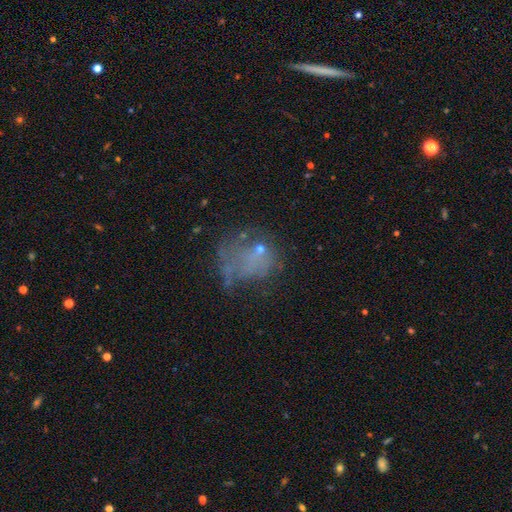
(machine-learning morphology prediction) smooth-or-featured: featured or disk: 41% | smooth: 37% | star or artifact: 23%
  merging: none: 40% | major disturbance: 33% | minor disturbance: 19% | merger: 8%